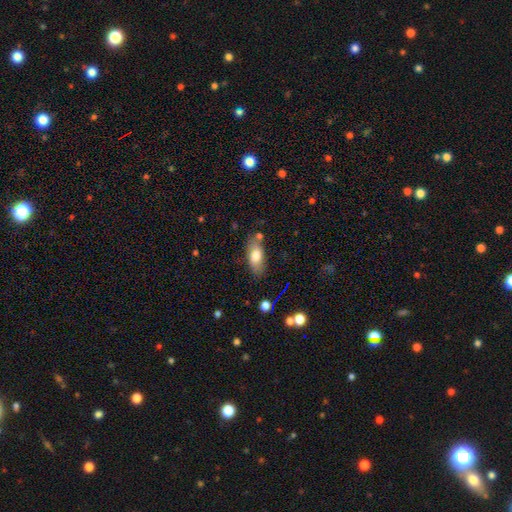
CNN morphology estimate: This appears to be a smooth galaxy with no disk features (75%) that is in between round and cigar-shaped (83%). Merging: none (74%).